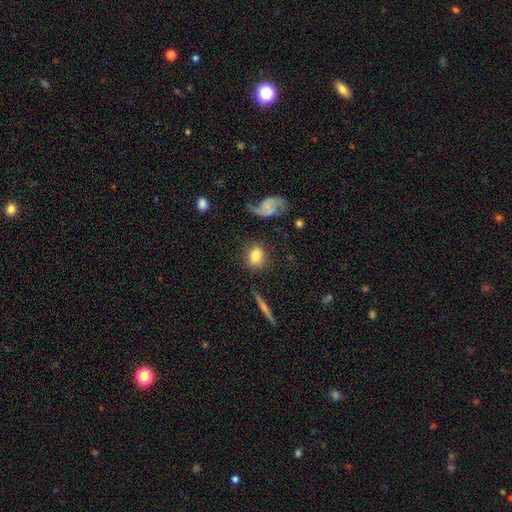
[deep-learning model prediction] smooth 80%, featured or disk 12%, star or artifact 8%. Down the decision tree: how rounded — in between (53%); merging — none (81%).